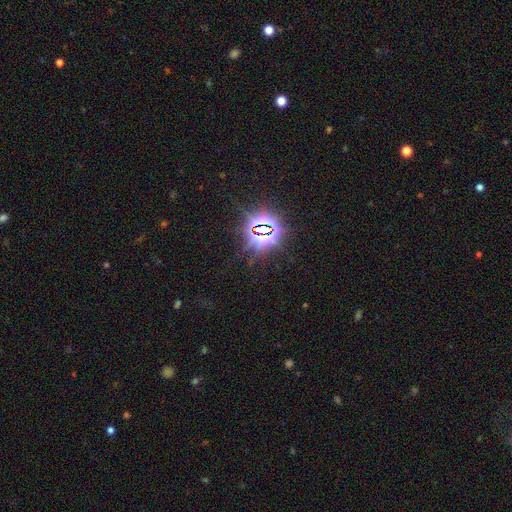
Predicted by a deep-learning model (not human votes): The model was most divided on "smooth or featured": star or artifact: 85%, smooth: 9%, featured or disk: 6%.